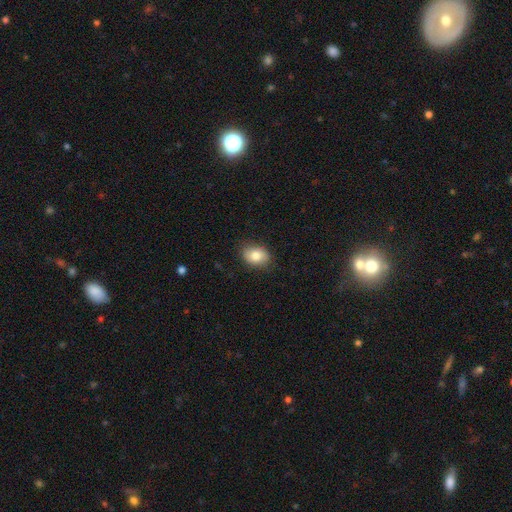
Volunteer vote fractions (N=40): Smooth or featured? smooth (88%)
How rounded? in between (86%)
Merging? none (74%)